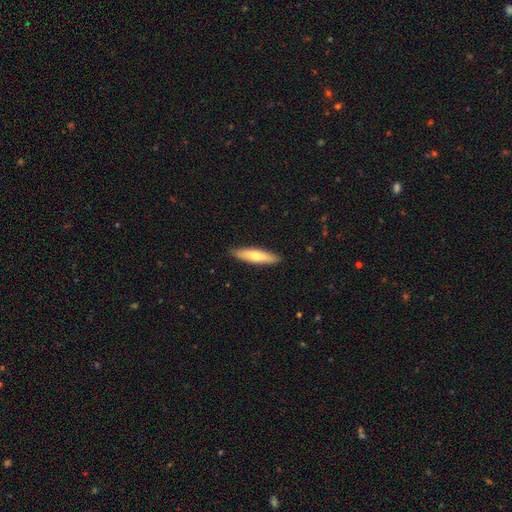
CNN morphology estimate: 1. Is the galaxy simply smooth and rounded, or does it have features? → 64% smooth, 31% featured or disk, 5% star or artifact.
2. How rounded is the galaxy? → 75% cigar-shaped, 24% in between, 2% round.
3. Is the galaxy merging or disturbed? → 88% none, 9% minor disturbance, 2% major disturbance, 1% merger.